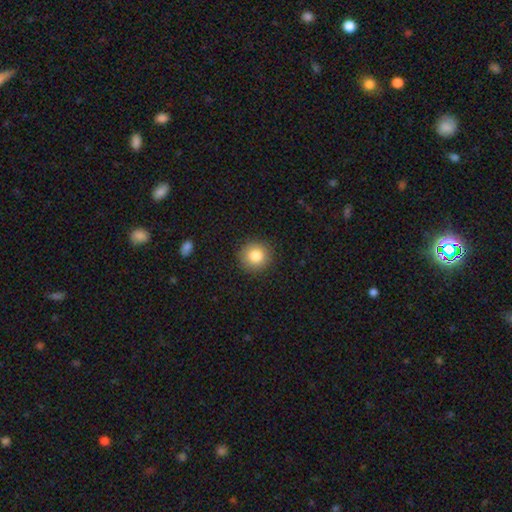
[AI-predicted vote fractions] smooth_or_featured: smooth (p=0.83) [alt: star or artifact p=0.10]
how_rounded: round (p=0.93) [alt: in between p=0.06]
merging: none (p=0.91) [alt: minor disturbance p=0.06]